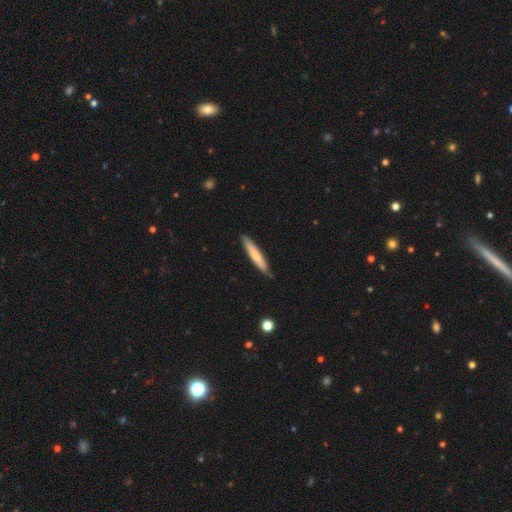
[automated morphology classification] A smooth galaxy with no disk features (71%) that is cigar-shaped (94%).

Vote fractions:
- Smooth or featured? smooth: 71% / featured or disk: 24% / star or artifact: 5%
- How rounded? cigar-shaped: 94% / in between: 5% / round: 1%
- Merging? none: 86% / minor disturbance: 11% / major disturbance: 2% / merger: 1%